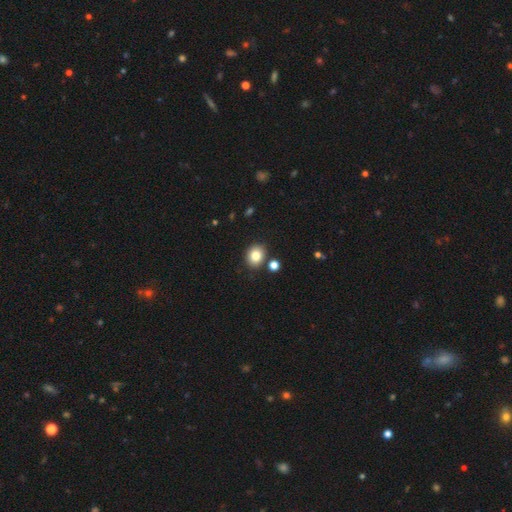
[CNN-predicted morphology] Smooth or featured: smooth — 83% (star or artifact — 10%)
How rounded: round — 64% (in between — 36%)
Merging: none — 82% (minor disturbance — 9%)